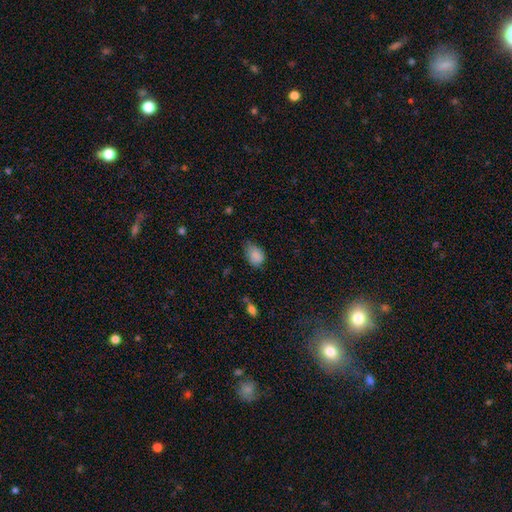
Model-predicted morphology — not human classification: This is clearly a smooth galaxy (84%). How rounded: likely in between (78%). Merging: possibly none (48%).